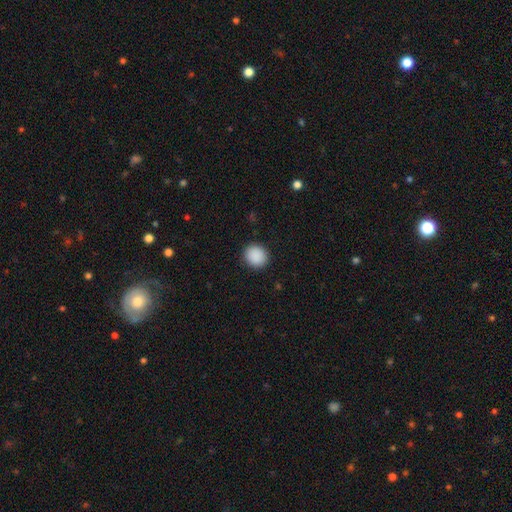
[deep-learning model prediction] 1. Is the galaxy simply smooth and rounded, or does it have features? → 90% smooth, 8% star or artifact, 2% featured or disk.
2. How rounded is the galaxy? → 81% round, 18% in between, 1% cigar-shaped.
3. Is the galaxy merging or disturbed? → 91% none, 6% minor disturbance, 2% major disturbance, 1% merger.